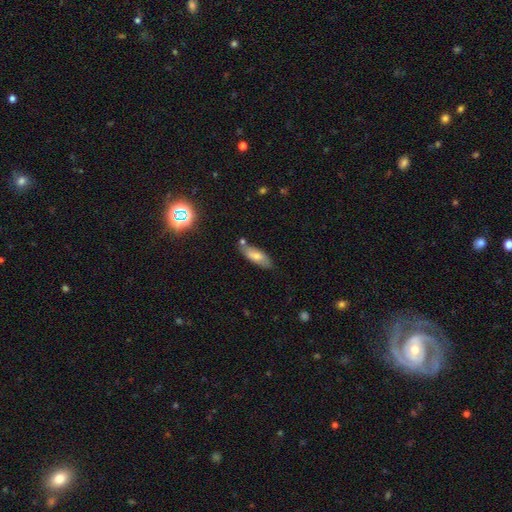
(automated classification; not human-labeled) This is likely a smooth galaxy (67%). How rounded: likely in between (66%). Merging: likely none (70%).